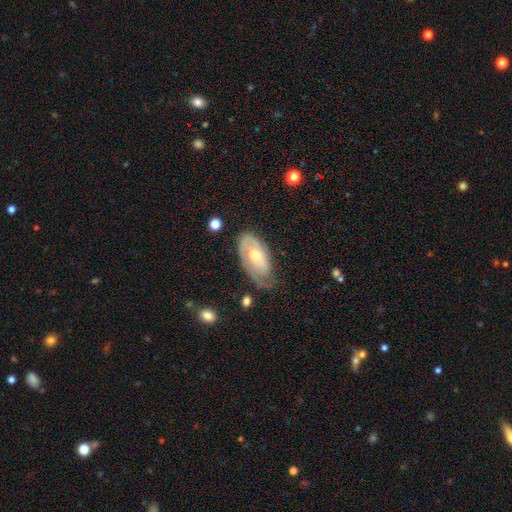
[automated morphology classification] Smooth or featured? featured or disk (74%)
Edge-on disk? no (93%)
Bar? no (65%)
Spiral arms? yes (86%)
Spiral winding? tight (59%)
Spiral arm count? 2 (39%)
Bulge size? moderate (60%)
Merging? none (56%)